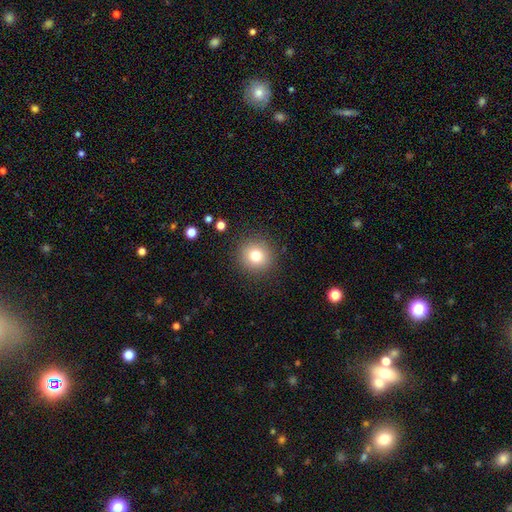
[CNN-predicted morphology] smooth_or_featured: smooth (p=0.78) [alt: star or artifact p=0.12]
how_rounded: round (p=0.93) [alt: in between p=0.06]
merging: none (p=0.89) [alt: minor disturbance p=0.07]